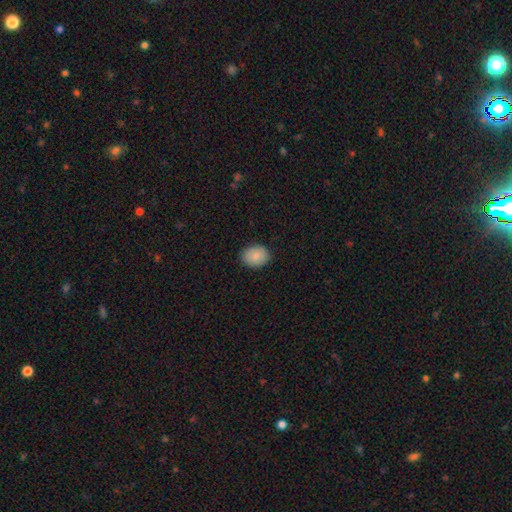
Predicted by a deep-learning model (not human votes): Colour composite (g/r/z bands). It shows a smooth galaxy with no disk features (87%) that is in between round and cigar-shaped (53%). Merging: none (88%).